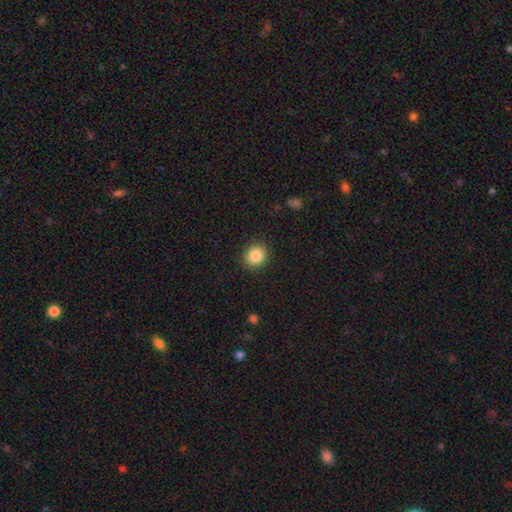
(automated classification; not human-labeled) Q: Smooth or featured?
A: smooth (86%); runner-up: star or artifact (10%)
Q: How rounded?
A: round (84%); runner-up: in between (15%)
Q: Merging?
A: none (90%); runner-up: minor disturbance (6%)